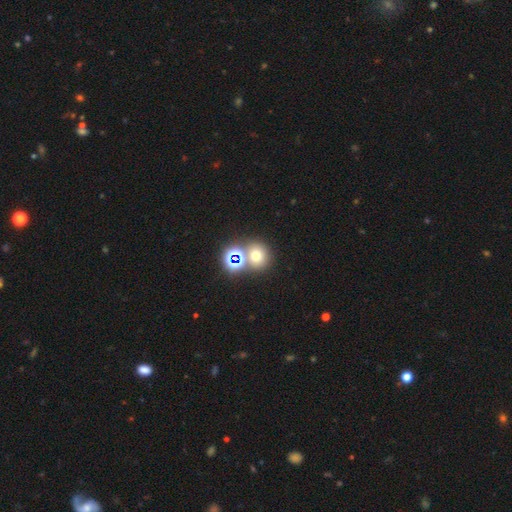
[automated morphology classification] Smooth or featured?
  - smooth: 60% *
  - star or artifact: 30%
  - featured or disk: 11%
How rounded?
  - round: 82% *
  - in between: 17%
  - cigar-shaped: 1%
Merging?
  - none: 62% *
  - merger: 26%
  - minor disturbance: 8%
  - major disturbance: 4%